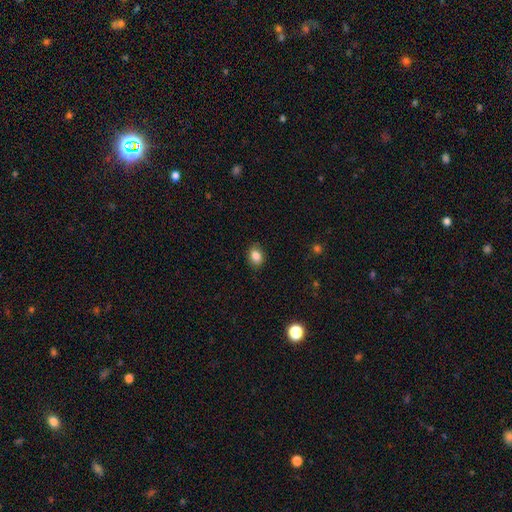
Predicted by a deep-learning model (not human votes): A smooth galaxy with no disk features (85%) that is in between round and cigar-shaped (67%).

Vote fractions:
- Smooth or featured? smooth: 85% / star or artifact: 9% / featured or disk: 6%
- How rounded? in between: 67% / round: 32% / cigar-shaped: 1%
- Merging? none: 87% / minor disturbance: 10% / major disturbance: 2% / merger: 1%